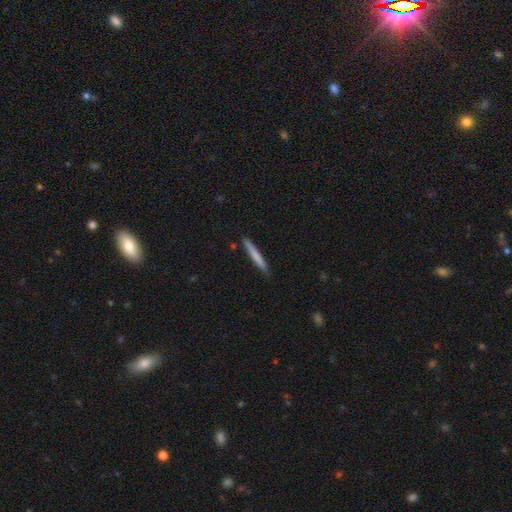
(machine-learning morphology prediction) A smooth galaxy with no disk features (72%) that is cigar-shaped (97%). Merging: none (88%).